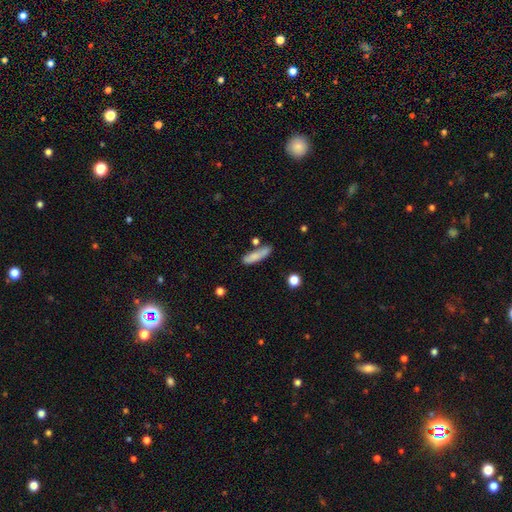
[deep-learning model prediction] The model was most divided on "how rounded": cigar-shaped: 69%, in between: 29%, round: 3%. More confident: smooth or featured — smooth (77%); merging — none (64%).